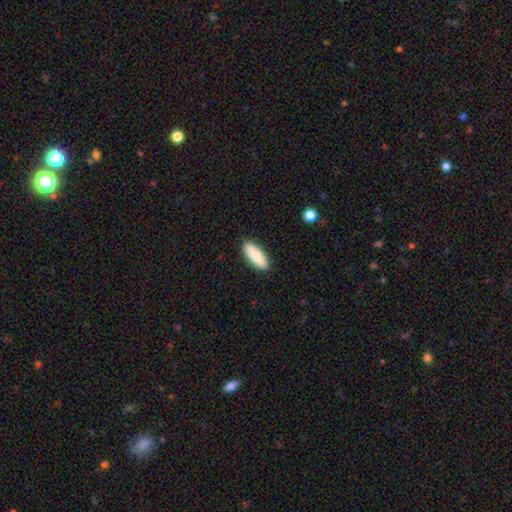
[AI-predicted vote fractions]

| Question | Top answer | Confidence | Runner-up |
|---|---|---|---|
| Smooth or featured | smooth | 84% | featured or disk (10%) |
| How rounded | in between | 59% | cigar-shaped (40%) |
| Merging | none | 90% | minor disturbance (8%) |